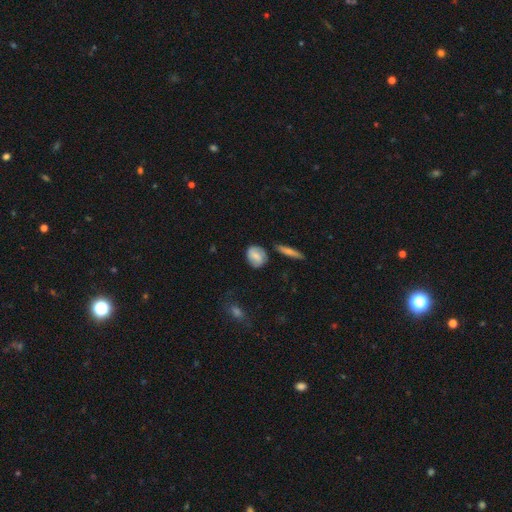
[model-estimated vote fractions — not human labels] Smooth or featured?
  - smooth: 67% *
  - featured or disk: 26%
  - star or artifact: 7%
How rounded?
  - round: 61% *
  - in between: 35%
  - cigar-shaped: 4%
Merging?
  - none: 75% *
  - minor disturbance: 16%
  - merger: 5%
  - major disturbance: 4%